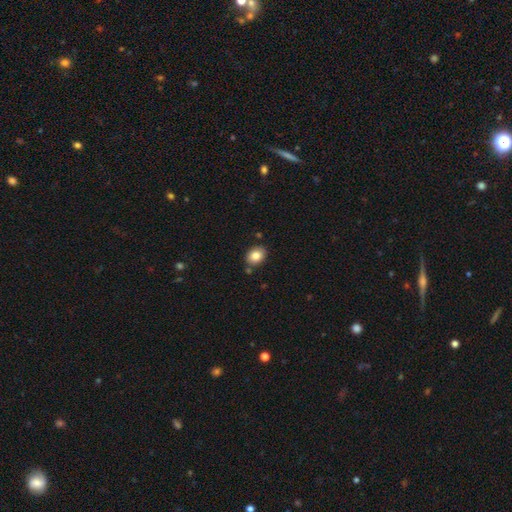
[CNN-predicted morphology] Smooth or featured? smooth (84%)
How rounded? in between (64%)
Merging? none (81%)